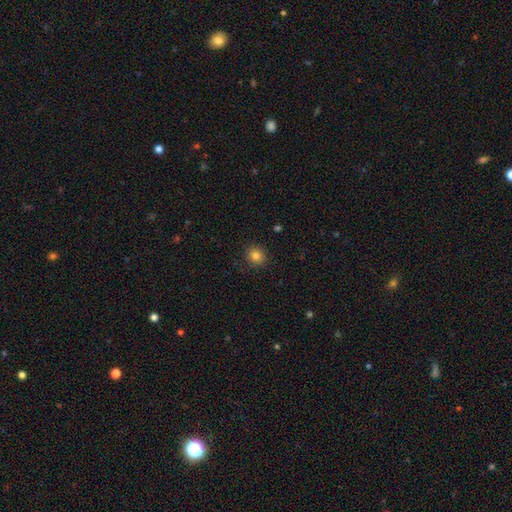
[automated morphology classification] A smooth galaxy with no disk features (82%) that is round (86%).

Vote fractions:
- Smooth or featured? smooth: 82% / star or artifact: 12% / featured or disk: 6%
- How rounded? round: 86% / in between: 13% / cigar-shaped: 1%
- Merging? none: 90% / minor disturbance: 7% / major disturbance: 2% / merger: 1%